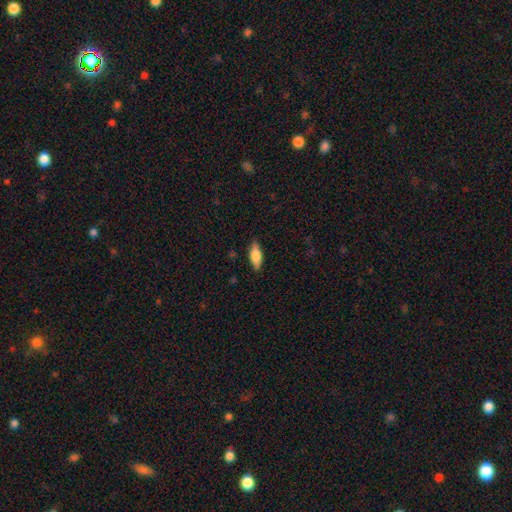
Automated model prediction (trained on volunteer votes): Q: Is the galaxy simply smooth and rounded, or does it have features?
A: smooth — 69%.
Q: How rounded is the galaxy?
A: in between — 64%.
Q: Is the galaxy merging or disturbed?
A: none — 86%.